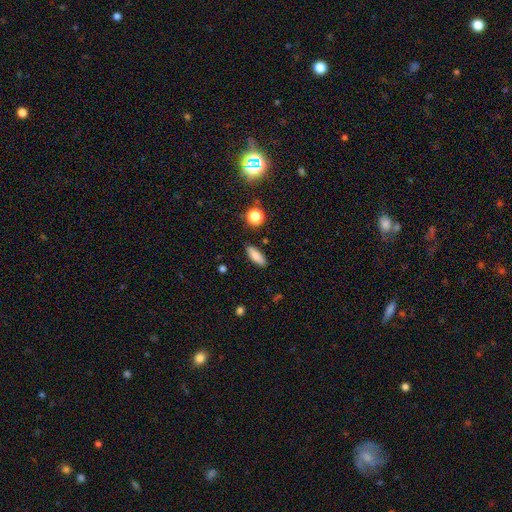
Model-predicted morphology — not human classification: The model was most divided on "how rounded": in between: 63%, cigar-shaped: 33%, round: 3%. More confident: merging — none (87%); smooth or featured — smooth (80%).